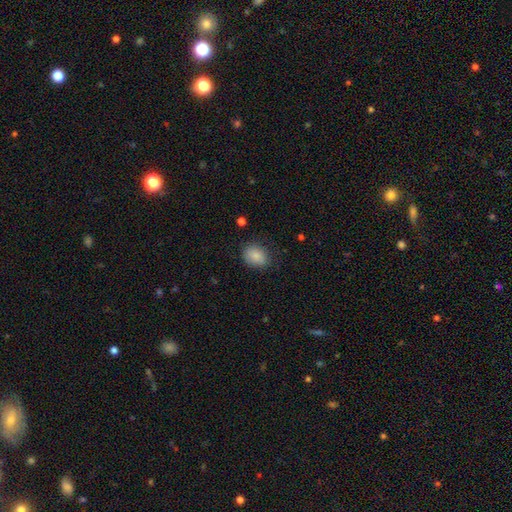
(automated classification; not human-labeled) Q: Smooth or featured?
A: smooth (85%); runner-up: star or artifact (8%)
Q: How rounded?
A: in between (59%); runner-up: round (40%)
Q: Merging?
A: none (78%); runner-up: minor disturbance (17%)